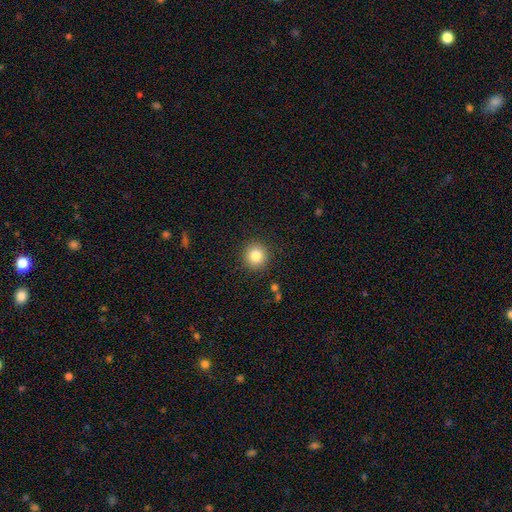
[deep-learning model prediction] smooth_or_featured: smooth (p=0.83) [alt: star or artifact p=0.10]
how_rounded: round (p=0.93) [alt: in between p=0.06]
merging: none (p=0.90) [alt: minor disturbance p=0.06]